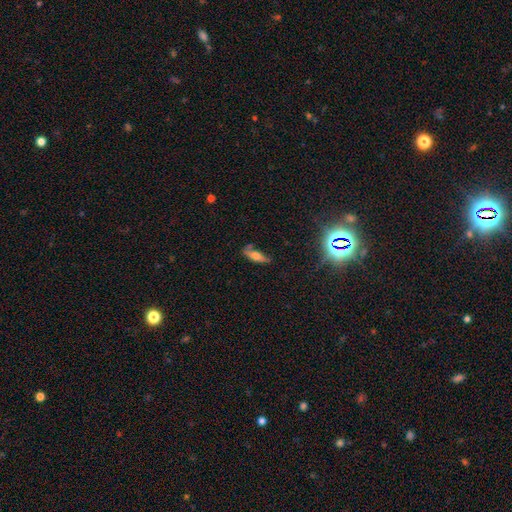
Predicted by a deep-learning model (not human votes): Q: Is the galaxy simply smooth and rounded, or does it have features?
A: smooth — 56%.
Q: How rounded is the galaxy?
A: in between — 53%.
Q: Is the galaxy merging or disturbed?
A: none — 55%.